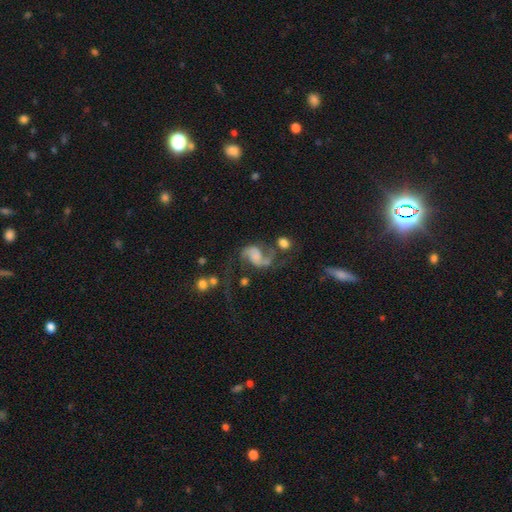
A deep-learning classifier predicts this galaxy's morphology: Overall: featured or disk (83%). Edge-on disk: no (98%). Bar: no (56%; weak 32%). Spiral arms: yes (96%). Spiral arm count: 2 (90%). Spiral winding: loose (56%; medium 36%). Bulge size: none (49%; small 17%). Merging: none (45%; major disturbance 24%).